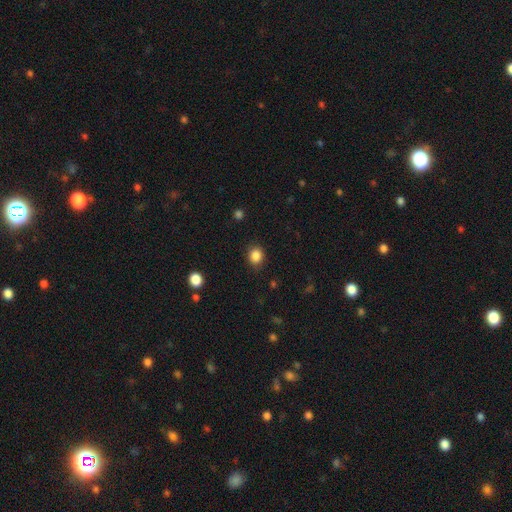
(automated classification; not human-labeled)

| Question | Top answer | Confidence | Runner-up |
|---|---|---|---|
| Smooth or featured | smooth | 86% | star or artifact (11%) |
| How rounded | round | 68% | in between (31%) |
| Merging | none | 86% | minor disturbance (10%) |